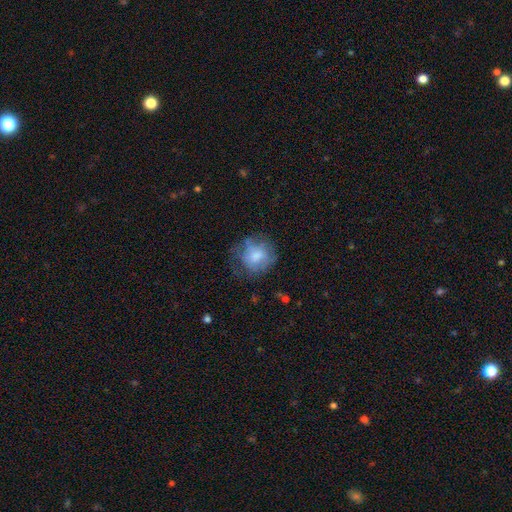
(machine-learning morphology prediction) Overall: smooth (59%; featured or disk 31%). How rounded: round (75%). Merging: none (52%; minor disturbance 25%).